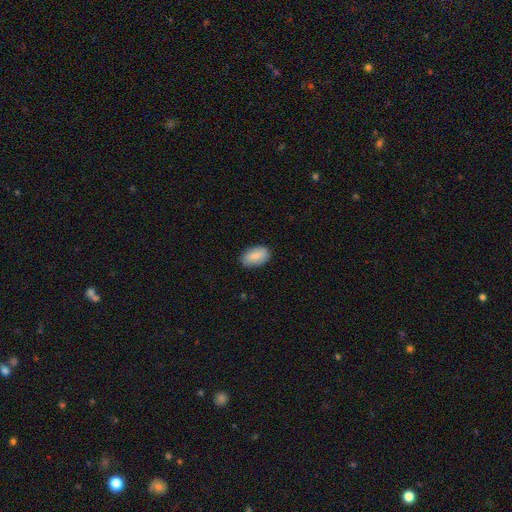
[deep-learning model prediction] Smooth or featured? smooth (86%)
How rounded? in between (93%)
Merging? none (85%)